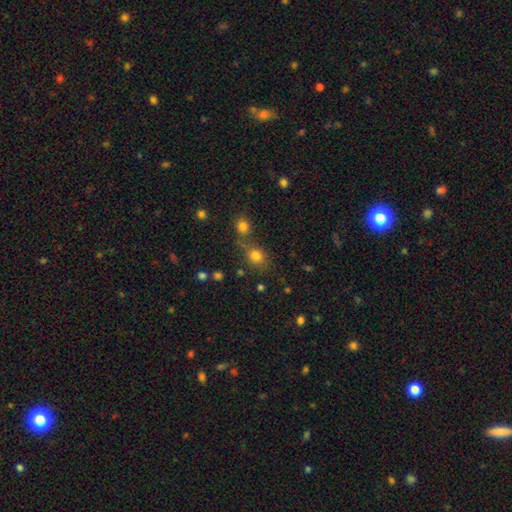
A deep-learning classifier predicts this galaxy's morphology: Smooth or featured: smooth — 78% (star or artifact — 15%)
How rounded: round — 71% (in between — 27%)
Merging: none — 56% (merger — 27%)